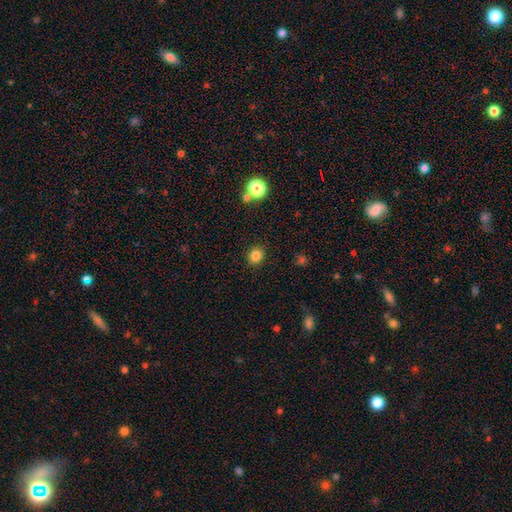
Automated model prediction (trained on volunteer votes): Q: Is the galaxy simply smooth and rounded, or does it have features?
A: smooth — 83%.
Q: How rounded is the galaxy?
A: round — 70%.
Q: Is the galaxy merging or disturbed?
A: none — 89%.